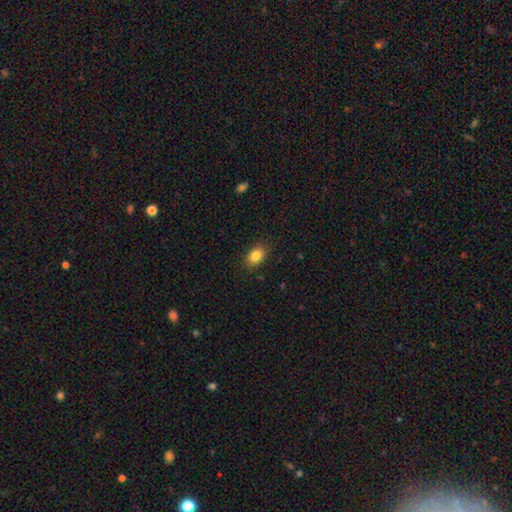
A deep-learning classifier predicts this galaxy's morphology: Smooth or featured? smooth (84%)
How rounded? in between (81%)
Merging? none (86%)